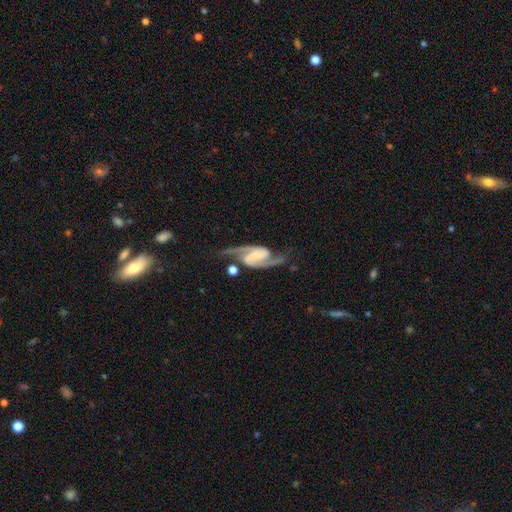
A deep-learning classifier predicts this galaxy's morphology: This appears to be a featured or disk galaxy (92%) with a weak bar (37%), 2 (94%) medium (55%) spiral arms (98%) and a small central bulge (43%). Merging: none (70%).